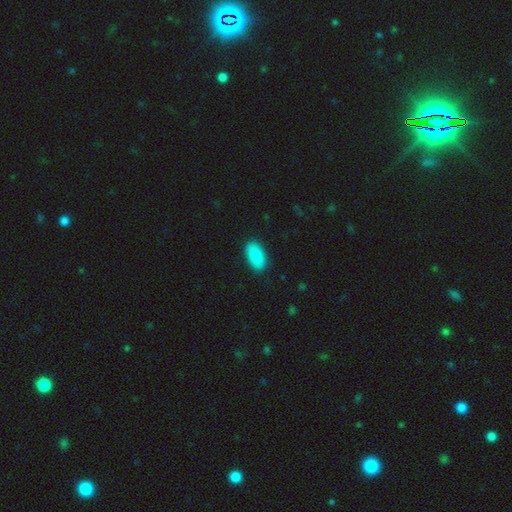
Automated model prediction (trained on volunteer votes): A smooth galaxy with no disk features (86%) that is in between round and cigar-shaped (93%).

Vote fractions:
- Smooth or featured? smooth: 86% / featured or disk: 7% / star or artifact: 7%
- How rounded? in between: 93% / cigar-shaped: 4% / round: 3%
- Merging? none: 88% / minor disturbance: 9% / major disturbance: 2% / merger: 1%